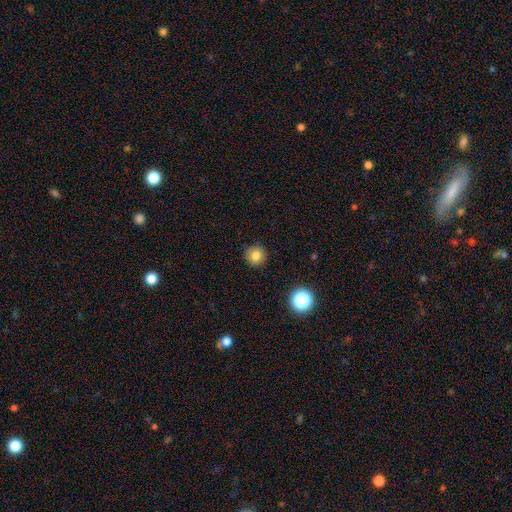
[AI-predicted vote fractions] This appears to be a smooth galaxy with no disk features (80%) that is round (94%). Merging: none (91%).